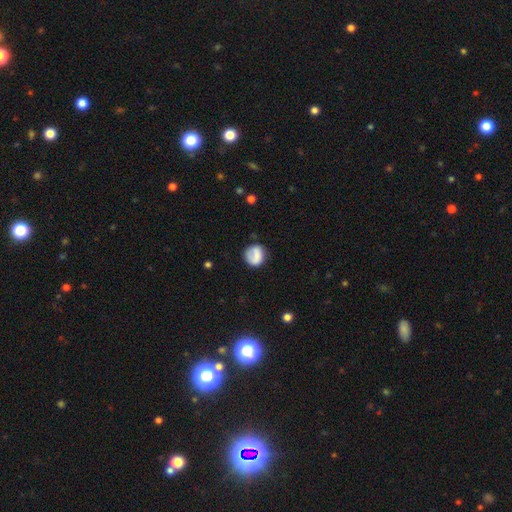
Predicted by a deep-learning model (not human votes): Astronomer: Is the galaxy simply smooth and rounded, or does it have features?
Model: smooth — 74%.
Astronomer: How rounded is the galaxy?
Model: round — 81%.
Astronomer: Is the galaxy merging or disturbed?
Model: none — 67%.